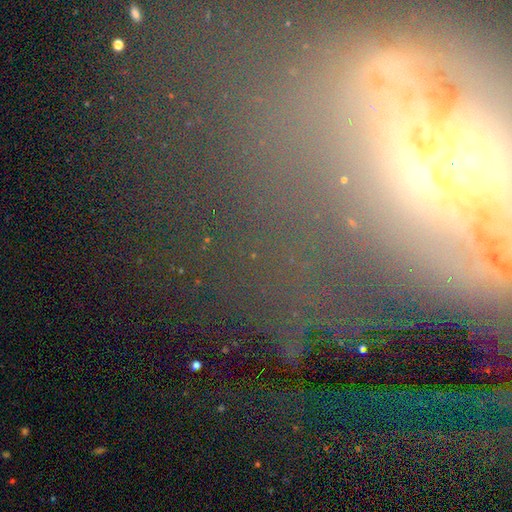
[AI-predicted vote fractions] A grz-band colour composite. It shows a featured or disk galaxy (47%). Merging: none (64%).